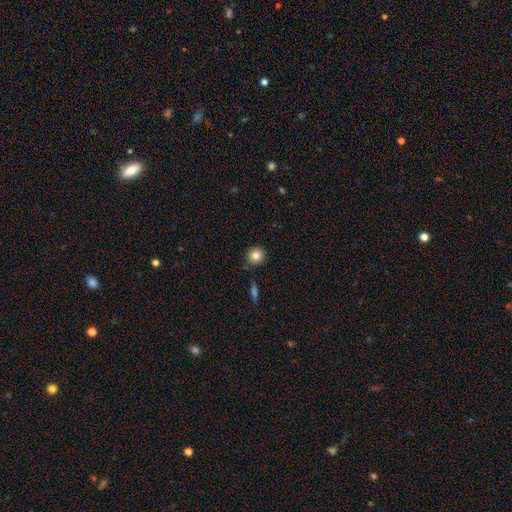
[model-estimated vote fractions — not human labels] Q: Smooth or featured?
A: smooth (83%); runner-up: star or artifact (10%)
Q: How rounded?
A: round (91%); runner-up: in between (8%)
Q: Merging?
A: none (87%); runner-up: minor disturbance (8%)